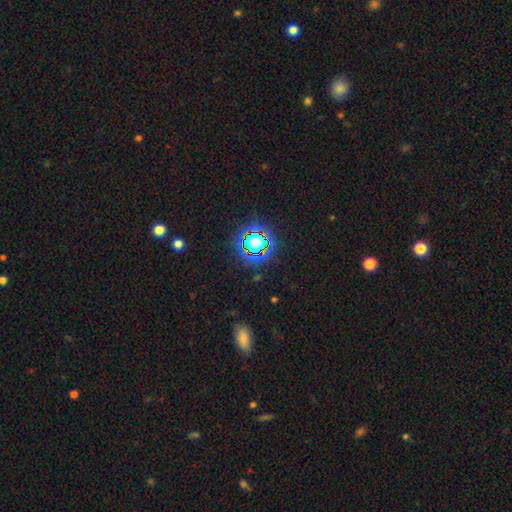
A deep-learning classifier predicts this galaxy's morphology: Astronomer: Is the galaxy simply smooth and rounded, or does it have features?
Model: star or artifact — 72%.